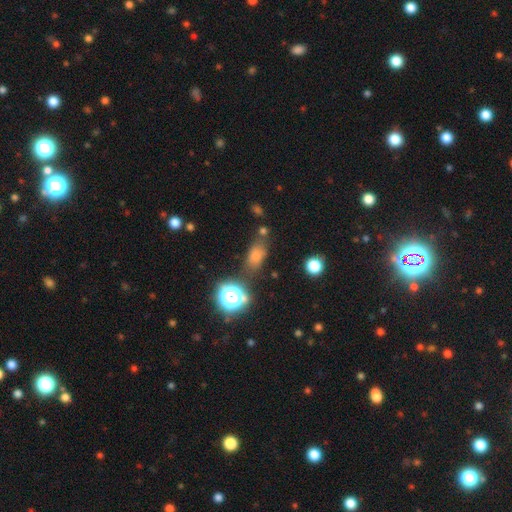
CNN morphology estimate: Smooth or featured?
  - smooth: 63% *
  - star or artifact: 27%
  - featured or disk: 10%
How rounded?
  - in between: 69% *
  - round: 23%
  - cigar-shaped: 7%
Merging?
  - none: 71% *
  - minor disturbance: 16%
  - merger: 7%
  - major disturbance: 6%